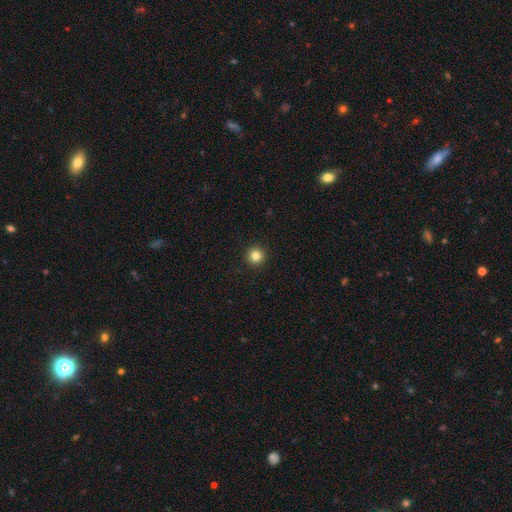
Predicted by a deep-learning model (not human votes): A smooth galaxy with no disk features (82%) that is round (96%). Merging: none (94%).